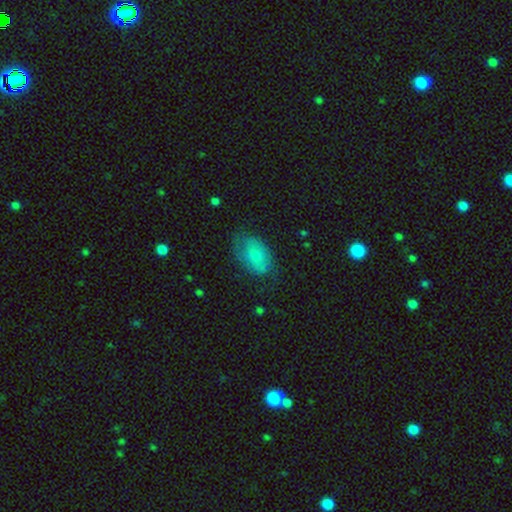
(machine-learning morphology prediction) type=smooth (64%); roundness=in between (88%); merging=none (63%).